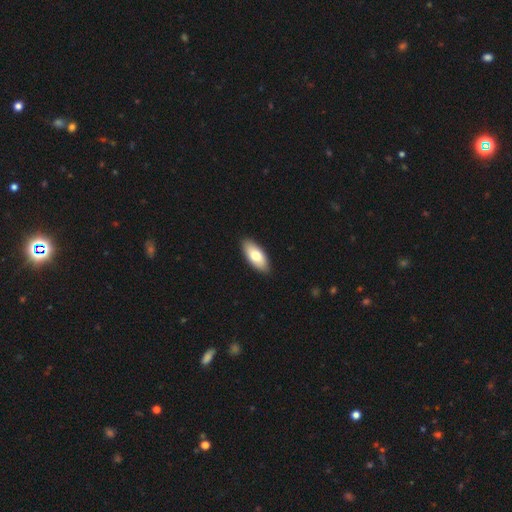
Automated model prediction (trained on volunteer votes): Q: Smooth or featured?
A: smooth (78%); runner-up: featured or disk (17%)
Q: How rounded?
A: in between (88%); runner-up: cigar-shaped (9%)
Q: Merging?
A: none (90%); runner-up: minor disturbance (7%)